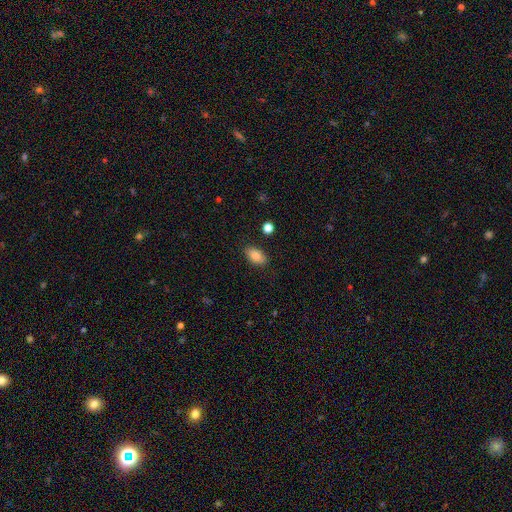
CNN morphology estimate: Smooth or featured?
  - smooth: 86% *
  - star or artifact: 8%
  - featured or disk: 6%
How rounded?
  - in between: 91% *
  - round: 7%
  - cigar-shaped: 2%
Merging?
  - none: 85% *
  - minor disturbance: 11%
  - major disturbance: 3%
  - merger: 2%